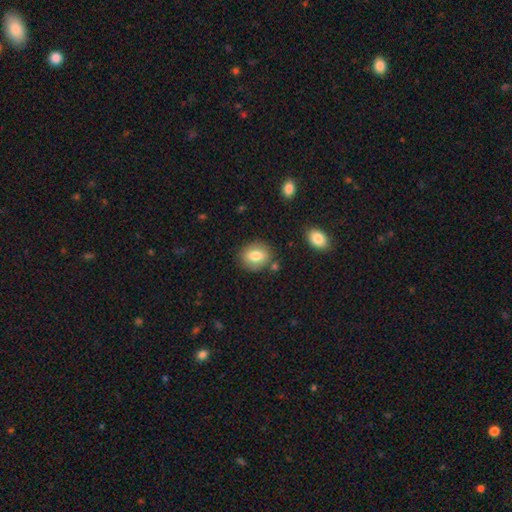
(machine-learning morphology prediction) The model was most divided on "how rounded": round: 55%, in between: 44%, cigar-shaped: 1%. More confident: merging — none (80%); smooth or featured — smooth (78%).